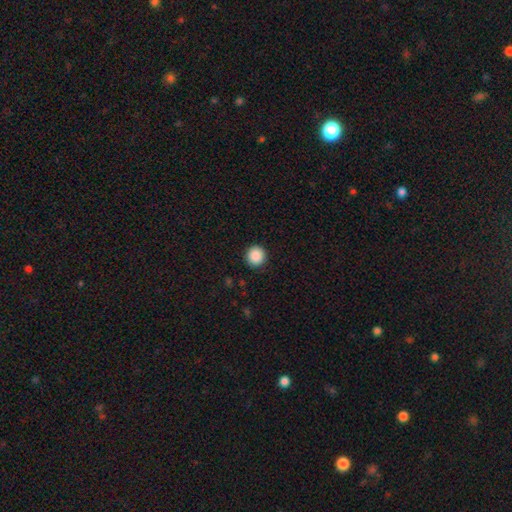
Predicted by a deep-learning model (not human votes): A smooth galaxy with no disk features (89%) that is round (95%).

Vote fractions:
- Smooth or featured? smooth: 89% / star or artifact: 9% / featured or disk: 2%
- How rounded? round: 95% / in between: 4% / cigar-shaped: 1%
- Merging? none: 92% / minor disturbance: 5% / major disturbance: 2% / merger: 1%